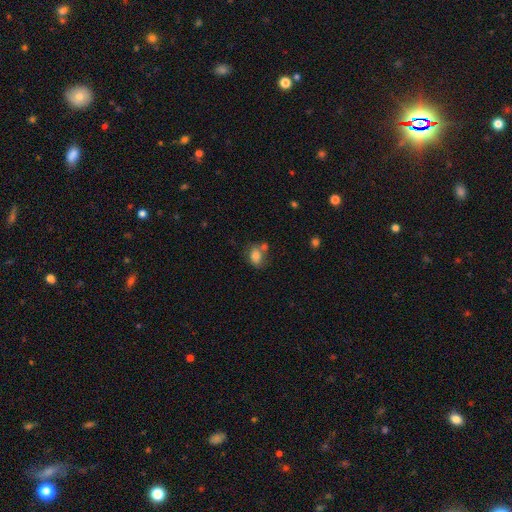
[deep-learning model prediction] smooth-or-featured: smooth: 77% | featured or disk: 13% | star or artifact: 10%
  how-rounded: in between: 67% | round: 32% | cigar-shaped: 1%
  merging: none: 53% | merger: 23% | minor disturbance: 18% | major disturbance: 6%